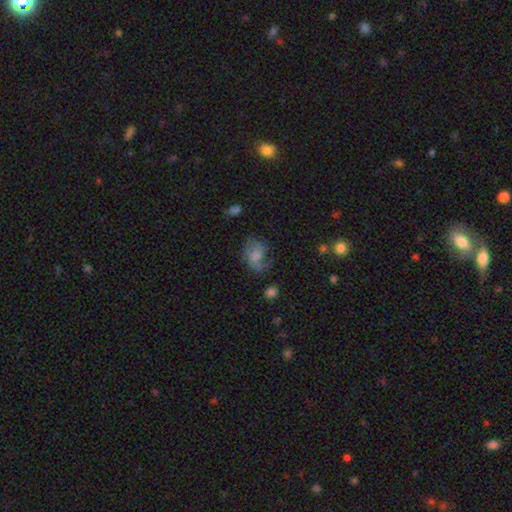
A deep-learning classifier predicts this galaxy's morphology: Smooth or featured: featured or disk — 48% (smooth — 42%)
Merging: none — 47% (minor disturbance — 25%)